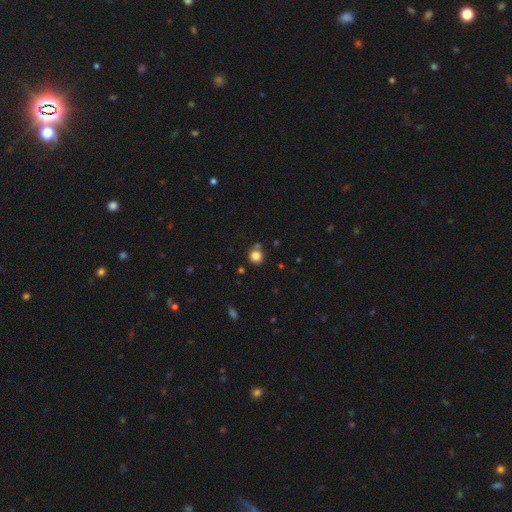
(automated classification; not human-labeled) A smooth galaxy with no disk features (83%) that is round (87%). Merging: none (74%).